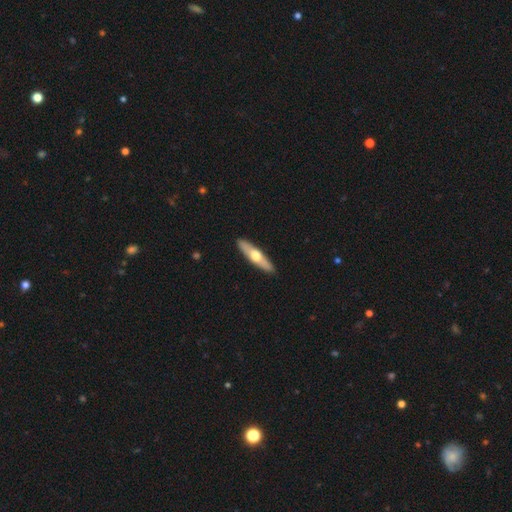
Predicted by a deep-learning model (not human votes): Smooth or featured? featured or disk (51%)
Edge-on disk? yes (88%)
Merging? none (91%)